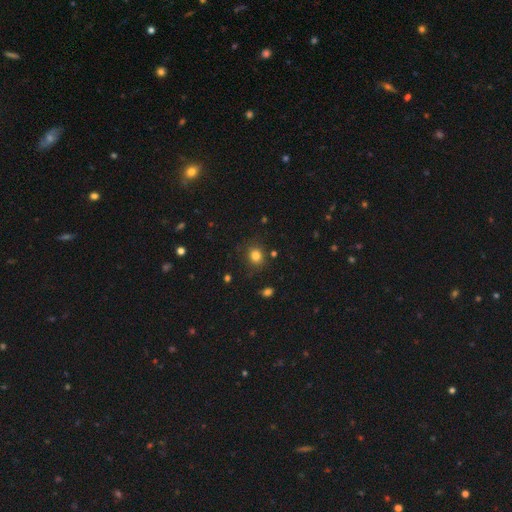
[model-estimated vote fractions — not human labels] smooth-or-featured: smooth: 81% | star or artifact: 13% | featured or disk: 6%
  how-rounded: round: 79% | in between: 20% | cigar-shaped: 1%
  merging: none: 82% | minor disturbance: 12% | major disturbance: 4% | merger: 2%